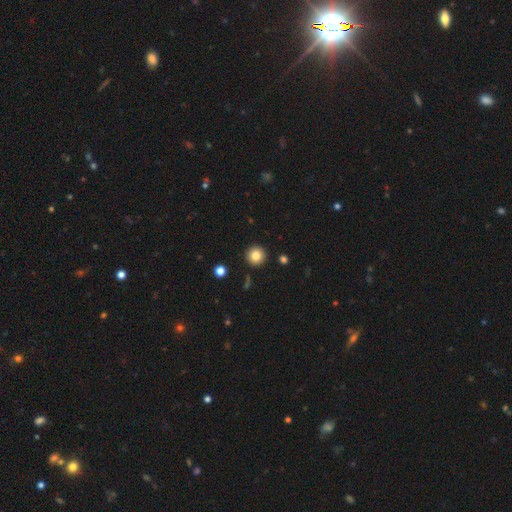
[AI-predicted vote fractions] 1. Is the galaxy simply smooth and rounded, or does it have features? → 83% smooth, 10% star or artifact, 7% featured or disk.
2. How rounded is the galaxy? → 96% round, 4% in between, 1% cigar-shaped.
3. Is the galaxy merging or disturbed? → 92% none, 5% minor disturbance, 2% major disturbance, 2% merger.